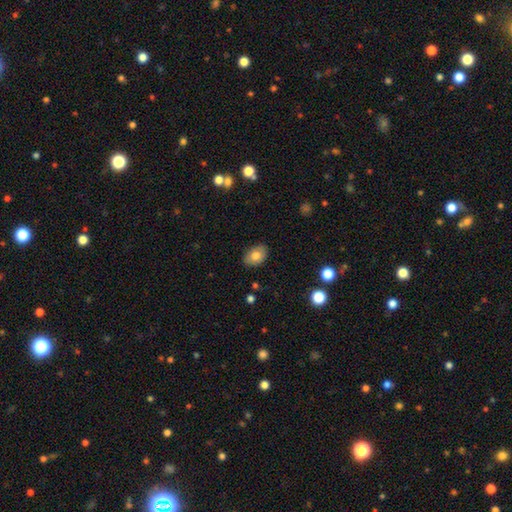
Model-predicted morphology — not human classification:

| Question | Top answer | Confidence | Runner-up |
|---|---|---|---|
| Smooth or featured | smooth | 78% | featured or disk (14%) |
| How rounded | in between | 80% | round (19%) |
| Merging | none | 85% | minor disturbance (11%) |